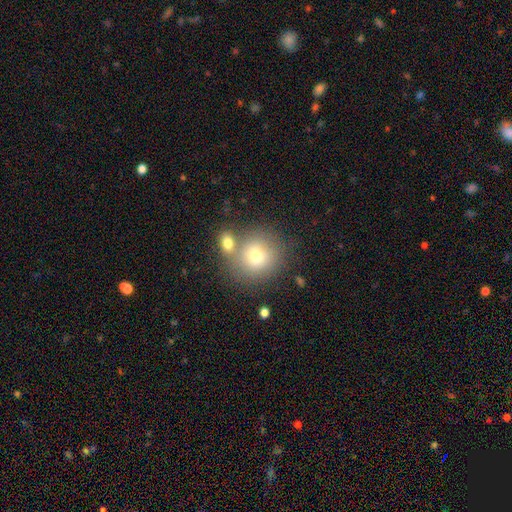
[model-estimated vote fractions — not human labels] Overall: smooth (73%). How rounded: round (88%). Merging: none (59%; merger 27%).